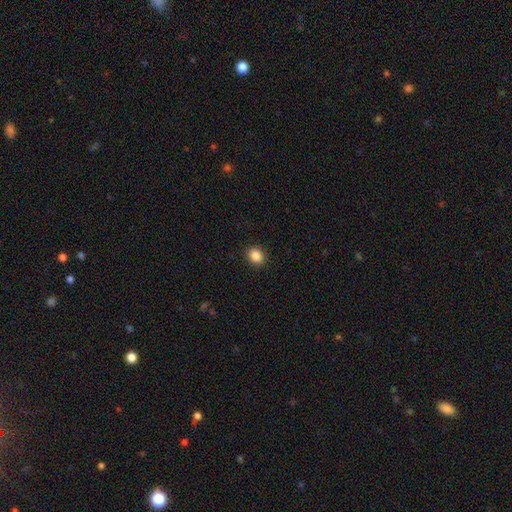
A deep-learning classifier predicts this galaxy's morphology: Smooth or featured?
  - smooth: 87% *
  - star or artifact: 10%
  - featured or disk: 4%
How rounded?
  - round: 65% *
  - in between: 34%
  - cigar-shaped: 1%
Merging?
  - none: 91% *
  - minor disturbance: 6%
  - major disturbance: 2%
  - merger: 1%